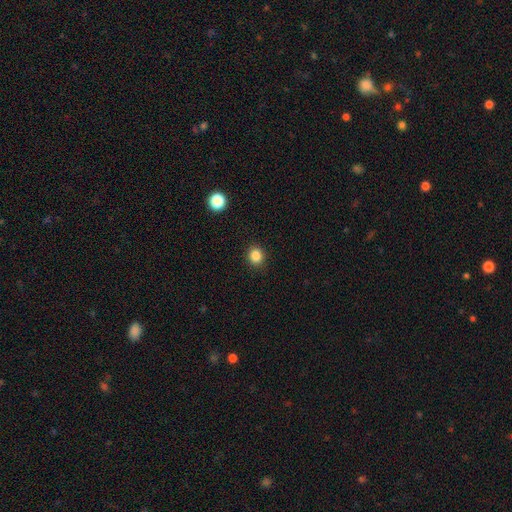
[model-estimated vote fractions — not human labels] smooth_or_featured: smooth (p=0.85) [alt: star or artifact p=0.11]
how_rounded: round (p=0.79) [alt: in between p=0.20]
merging: none (p=0.91) [alt: minor disturbance p=0.06]